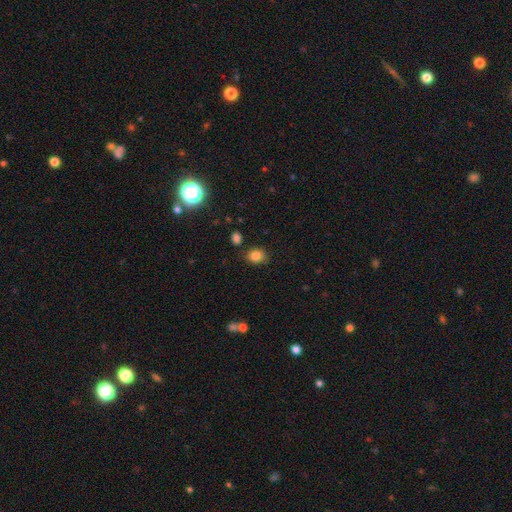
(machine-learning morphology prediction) This appears to be a smooth galaxy with no disk features (83%) that is round (52%). Merging: none (76%).